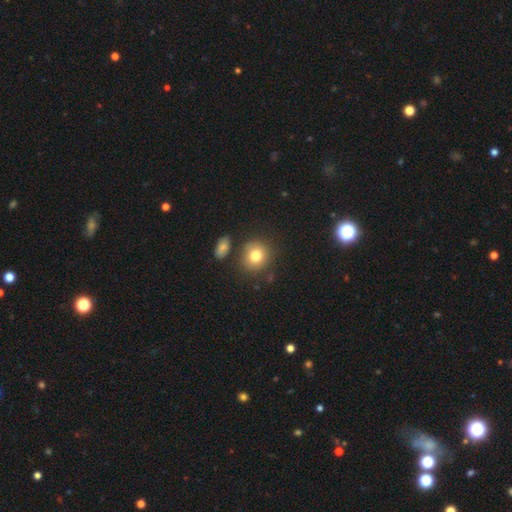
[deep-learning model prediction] A smooth galaxy with no disk features (79%) that is round (82%).

Vote fractions:
- Smooth or featured? smooth: 79% / featured or disk: 10% / star or artifact: 10%
- How rounded? round: 82% / in between: 17% / cigar-shaped: 1%
- Merging? none: 78% / minor disturbance: 11% / merger: 7% / major disturbance: 4%